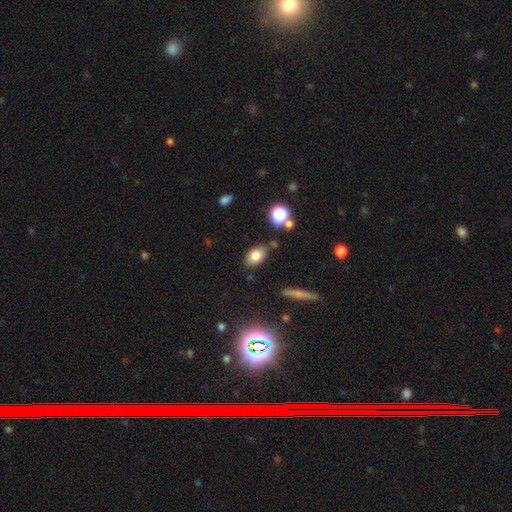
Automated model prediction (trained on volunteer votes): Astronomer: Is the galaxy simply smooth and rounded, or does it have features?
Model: smooth — 78%.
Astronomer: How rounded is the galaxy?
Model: in between — 88%.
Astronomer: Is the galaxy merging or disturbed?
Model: none — 80%.